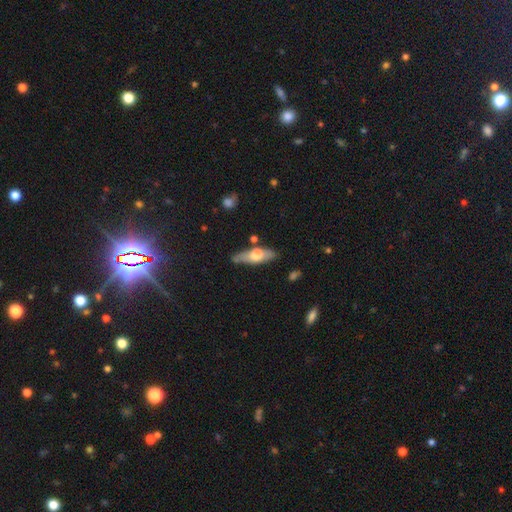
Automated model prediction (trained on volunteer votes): The model was most divided on "how rounded": in between: 50%, cigar-shaped: 48%, round: 3%. More confident: merging — none (74%); smooth or featured — smooth (51%).